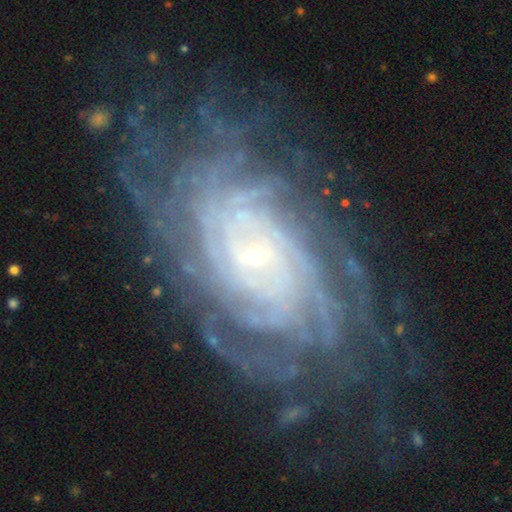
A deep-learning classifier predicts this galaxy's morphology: The model was most divided on "spiral arm count": more than 4: 36%, can't tell: 23%, 4: 16%, 3: 9%, 2: 9%, 1: 7%. More confident: spiral arms — yes (98%); edge-on disk — no (96%); smooth or featured — featured or disk (89%); bulge size — small (83%); spiral winding — tight (81%); merging — none (73%); bar — no (67%).